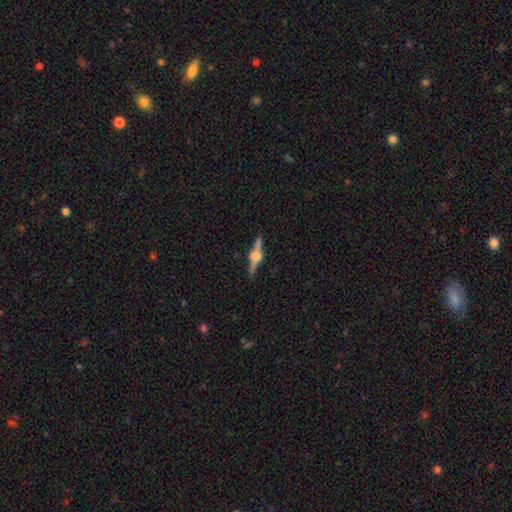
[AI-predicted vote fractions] Q: Smooth or featured?
A: featured or disk (81%); runner-up: smooth (11%)
Q: Edge-on disk?
A: yes (97%); runner-up: no (3%)
Q: Edge-on bulge?
A: rounded (93%); runner-up: boxy (5%)
Q: Merging?
A: none (86%); runner-up: minor disturbance (9%)